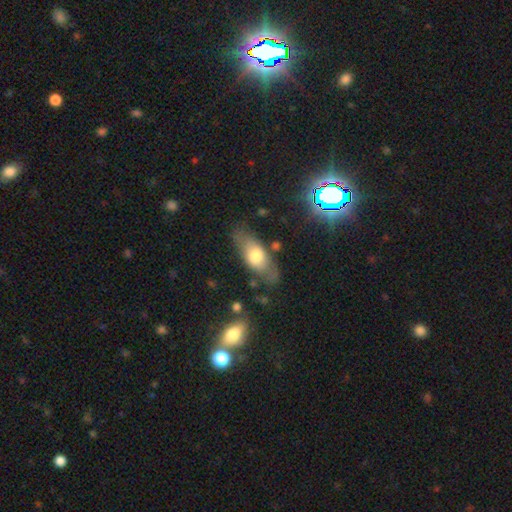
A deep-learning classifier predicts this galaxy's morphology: Smooth or featured: smooth — 62% (featured or disk — 30%)
How rounded: in between — 77% (cigar-shaped — 19%)
Merging: none — 69% (minor disturbance — 20%)